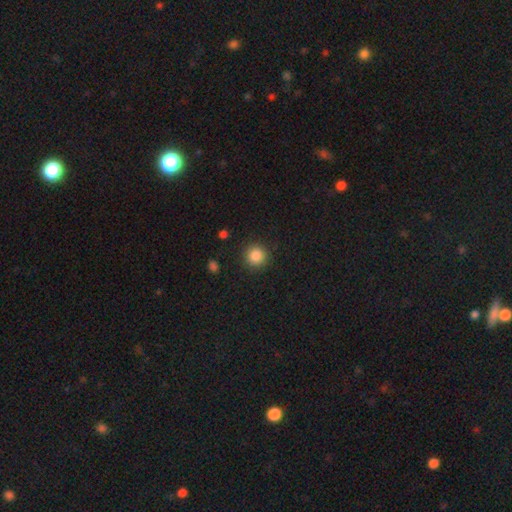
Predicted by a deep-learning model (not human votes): This is clearly a smooth galaxy (86%). How rounded: clearly round (94%). Merging: clearly none (90%).